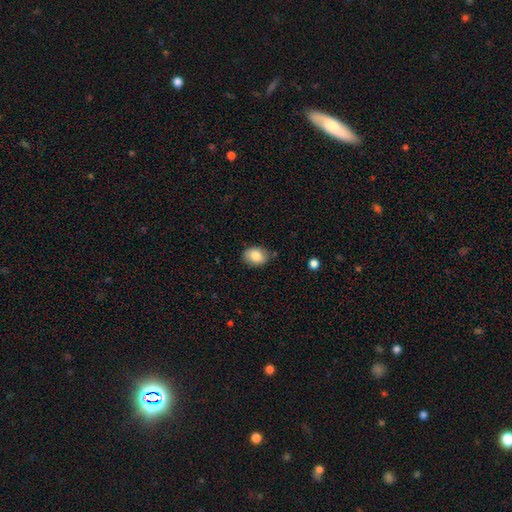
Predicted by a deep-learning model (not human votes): Morphology: type=smooth (84%); roundness=in between (71%); merging=none (80%).